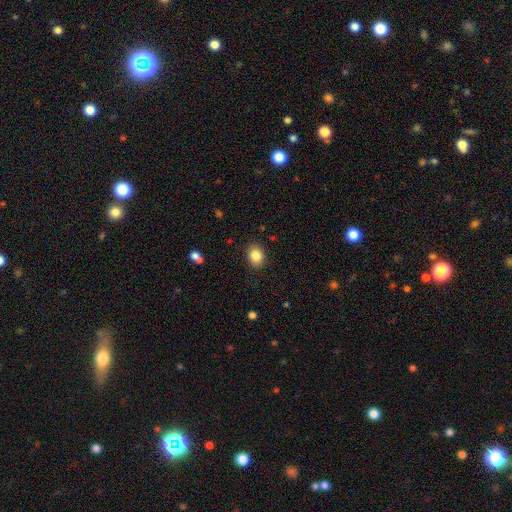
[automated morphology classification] A smooth galaxy with no disk features (85%) that is round (53%). Merging: none (88%).